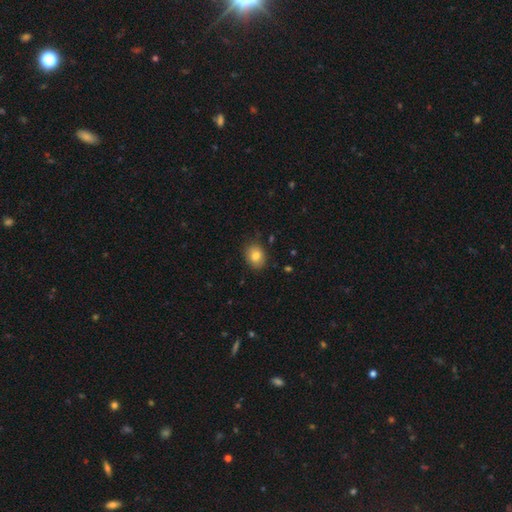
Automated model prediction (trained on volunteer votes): This appears to be a smooth galaxy with no disk features (81%) that is in between round and cigar-shaped (51%). Merging: none (83%).